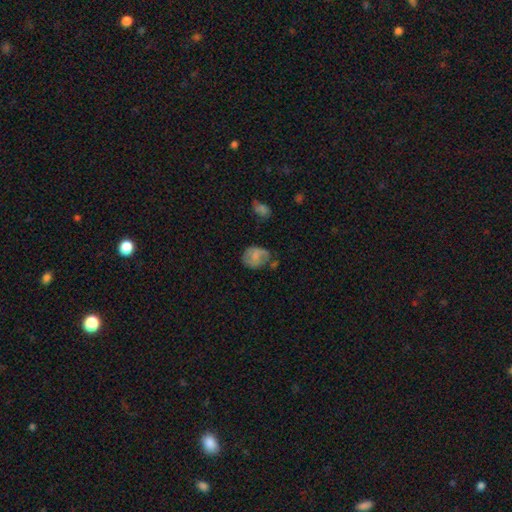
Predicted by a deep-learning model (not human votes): smooth_or_featured: smooth (p=0.57) [alt: featured or disk p=0.34]
how_rounded: in between (p=0.53) [alt: round p=0.46]
merging: none (p=0.48) [alt: minor disturbance p=0.30]